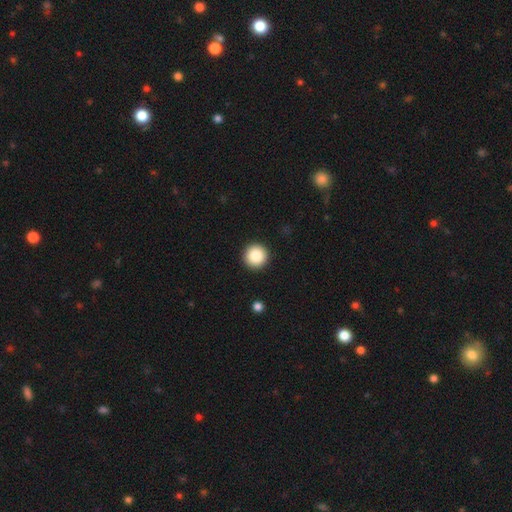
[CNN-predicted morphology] type=smooth (86%); roundness=round (96%); merging=none (93%).